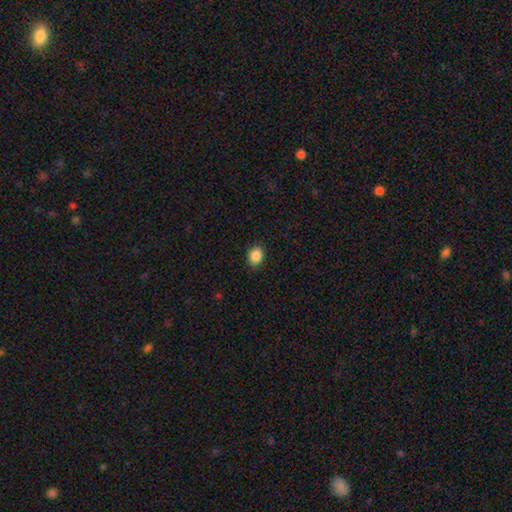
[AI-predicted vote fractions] A smooth galaxy with no disk features (87%) that is round (50%).

Vote fractions:
- Smooth or featured? smooth: 87% / star or artifact: 9% / featured or disk: 4%
- How rounded? round: 50% / in between: 49% / cigar-shaped: 1%
- Merging? none: 88% / minor disturbance: 9% / major disturbance: 2% / merger: 1%